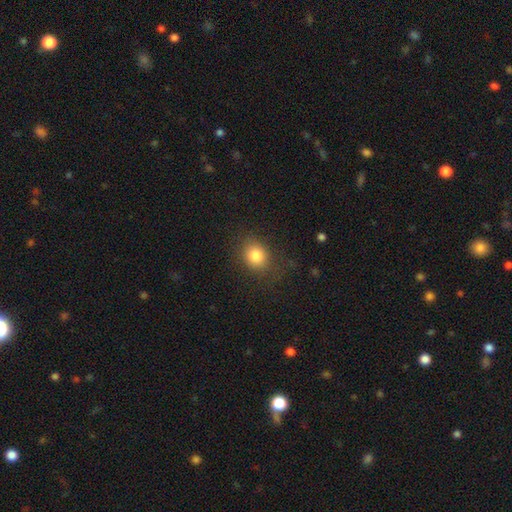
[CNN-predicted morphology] Smooth or featured? smooth (82%)
How rounded? round (57%)
Merging? none (76%)